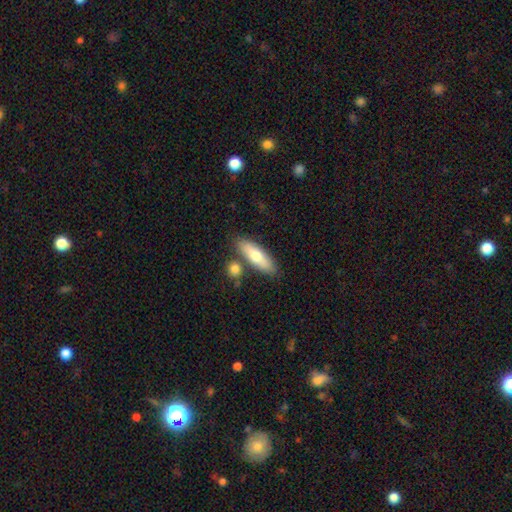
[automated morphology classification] Smooth or featured? smooth (68%)
How rounded? in between (52%)
Merging? none (73%)